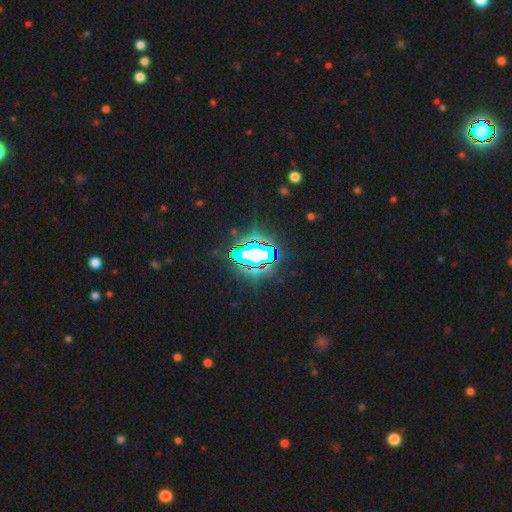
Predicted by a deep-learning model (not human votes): star or artifact 72%, featured or disk 14%, smooth 13%.